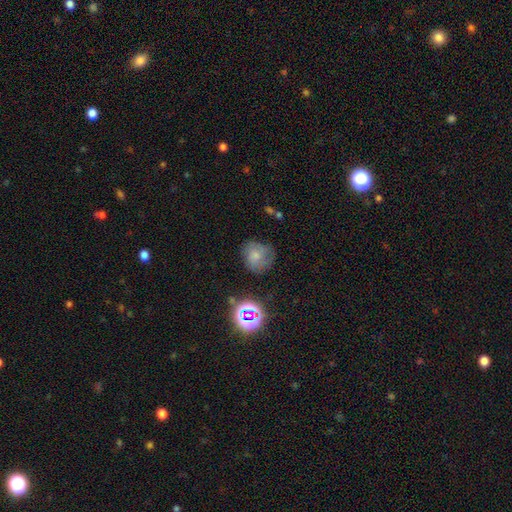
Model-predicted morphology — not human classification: This is likely a smooth galaxy (63%). How rounded: likely round (80%). Merging: likely none (61%).